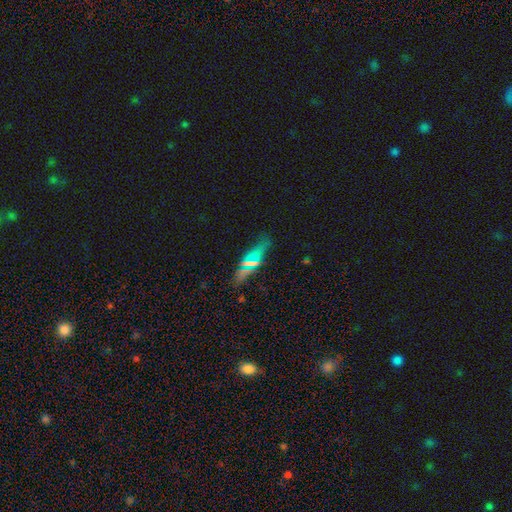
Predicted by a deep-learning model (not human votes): smooth_or_featured: featured or disk (p=0.51) [alt: smooth p=0.33]
disk_edge_on: yes (p=0.77) [alt: no p=0.23]
merging: none (p=0.77) [alt: minor disturbance p=0.14]